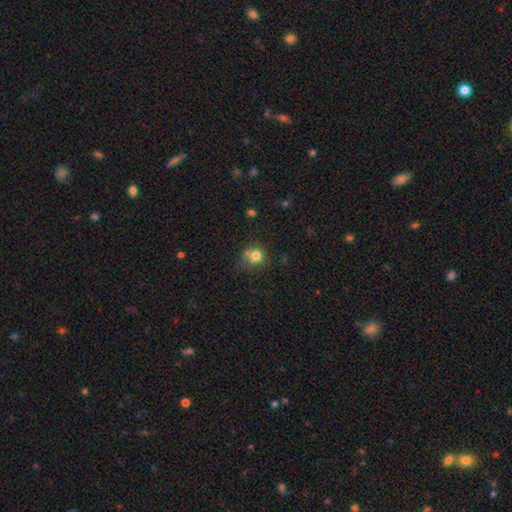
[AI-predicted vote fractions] smooth 78%, star or artifact 13%, featured or disk 9%. Down the decision tree: how rounded — round (85%); merging — none (54%).